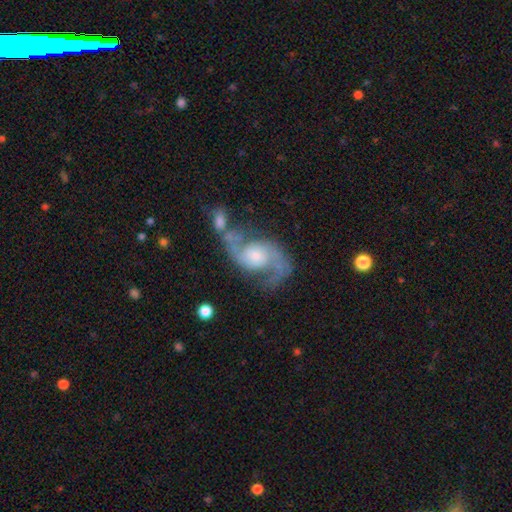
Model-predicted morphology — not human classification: Overall: featured or disk (89%). Edge-on disk: no (98%). Bar: no (59%; weak 34%). Spiral arms: yes (97%). Spiral arm count: 2 (93%). Spiral winding: loose (53%; medium 39%). Bulge size: moderate (39%; small 35%). Merging: none (49%; merger 20%).